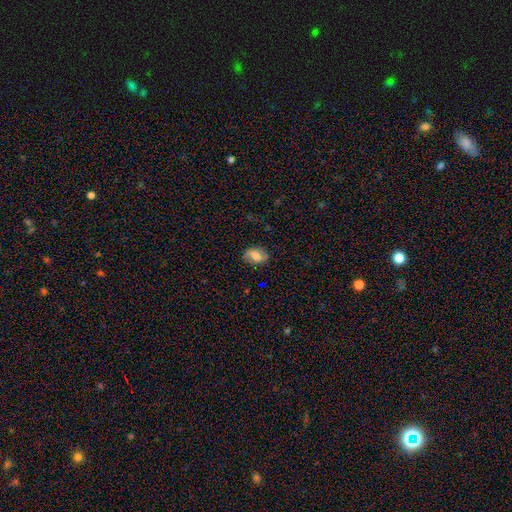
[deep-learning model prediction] smooth_or_featured: smooth (p=0.56) [alt: featured or disk p=0.34]
how_rounded: in between (p=0.80) [alt: round p=0.17]
merging: none (p=0.79) [alt: minor disturbance p=0.15]